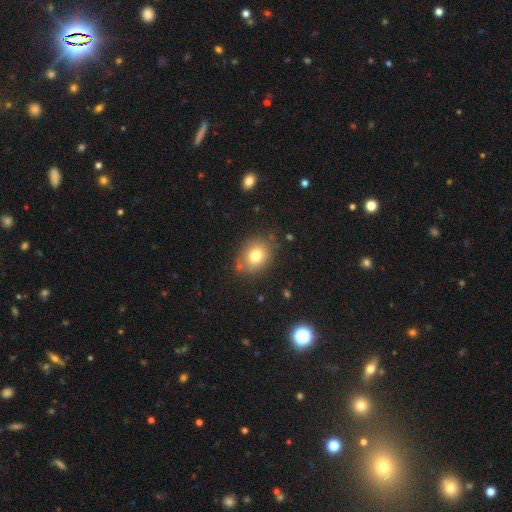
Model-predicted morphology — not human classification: A smooth galaxy with no disk features (76%) that is in between round and cigar-shaped (50%). Merging: none (79%).